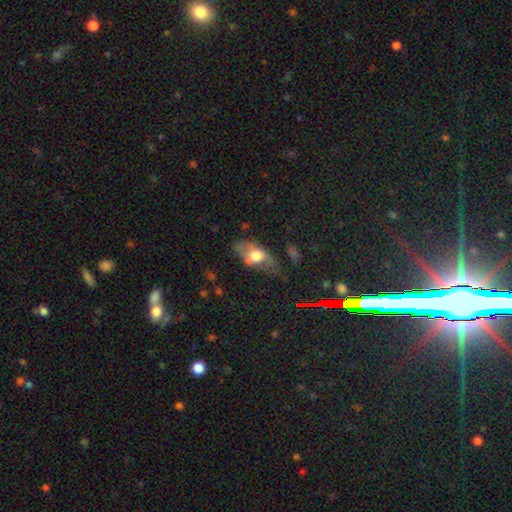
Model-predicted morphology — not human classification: This appears to be a smooth galaxy with no disk features (56%) that is in between round and cigar-shaped (86%). Merging: none (37%).